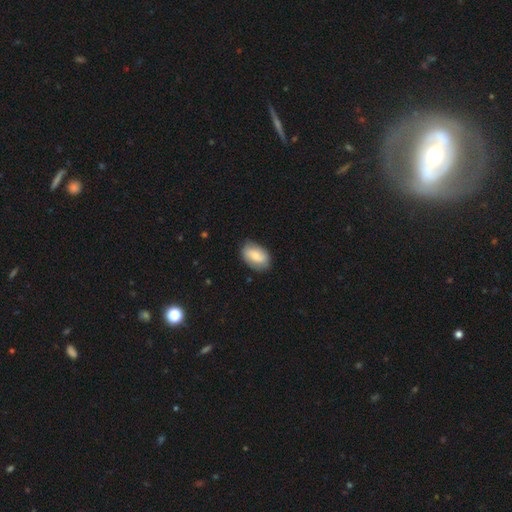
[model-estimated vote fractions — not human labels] A smooth galaxy with no disk features (73%) that is in between round and cigar-shaped (89%).

Vote fractions:
- Smooth or featured? smooth: 73% / featured or disk: 21% / star or artifact: 6%
- How rounded? in between: 89% / round: 9% / cigar-shaped: 1%
- Merging? none: 77% / minor disturbance: 18% / major disturbance: 4% / merger: 1%